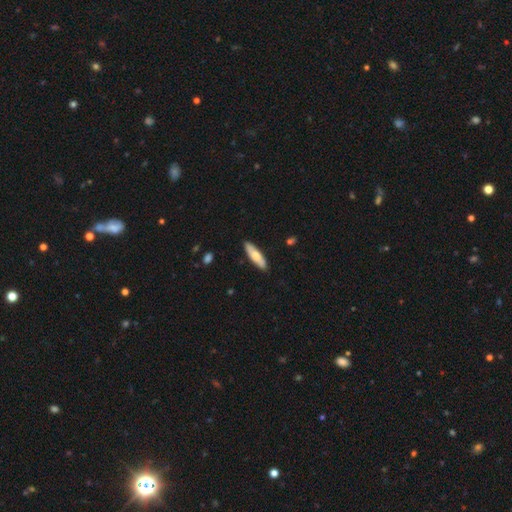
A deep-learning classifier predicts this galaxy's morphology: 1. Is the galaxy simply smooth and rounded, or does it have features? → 67% smooth, 28% featured or disk, 5% star or artifact.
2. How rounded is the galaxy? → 62% cigar-shaped, 37% in between, 2% round.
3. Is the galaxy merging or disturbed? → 88% none, 9% minor disturbance, 2% major disturbance, 1% merger.